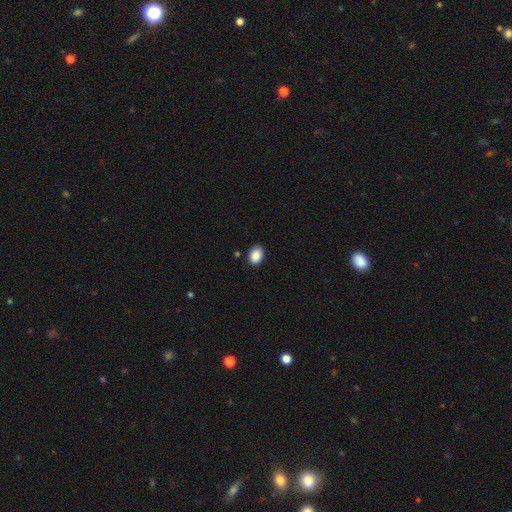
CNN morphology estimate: Smooth or featured: smooth — 89% (star or artifact — 8%)
How rounded: in between — 76% (round — 23%)
Merging: none — 87% (minor disturbance — 10%)